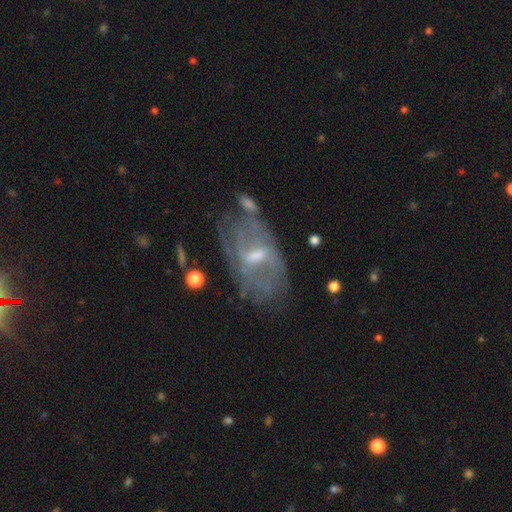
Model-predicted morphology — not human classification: Smooth or featured? Predicted: featured or disk (p=0.76). Edge-on disk? Predicted: no (p=0.93). Bar? Predicted: weak (p=0.56). Spiral arms? Predicted: yes (p=0.68). Bulge size? Predicted: moderate (p=0.48). Merging? Predicted: none (p=0.52).